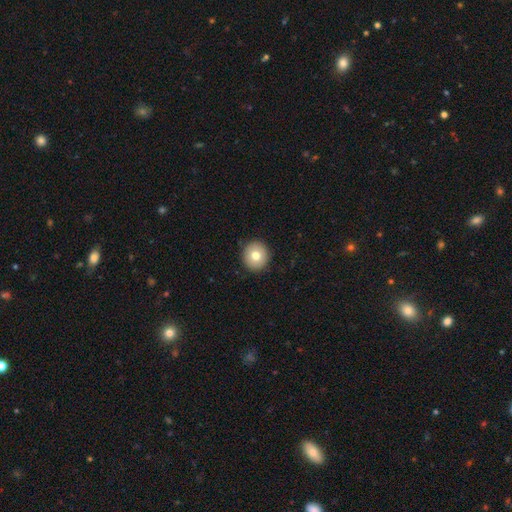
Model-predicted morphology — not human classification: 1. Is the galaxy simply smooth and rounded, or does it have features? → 76% smooth, 15% featured or disk, 10% star or artifact.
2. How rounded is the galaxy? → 93% round, 6% in between, 1% cigar-shaped.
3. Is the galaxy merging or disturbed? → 92% none, 5% minor disturbance, 2% major disturbance, 1% merger.